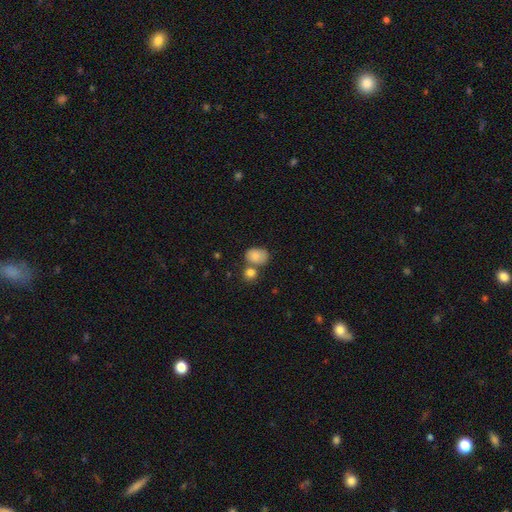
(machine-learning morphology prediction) Smooth or featured: smooth — 81% (featured or disk — 10%)
How rounded: in between — 66% (round — 33%)
Merging: none — 49% (merger — 32%)